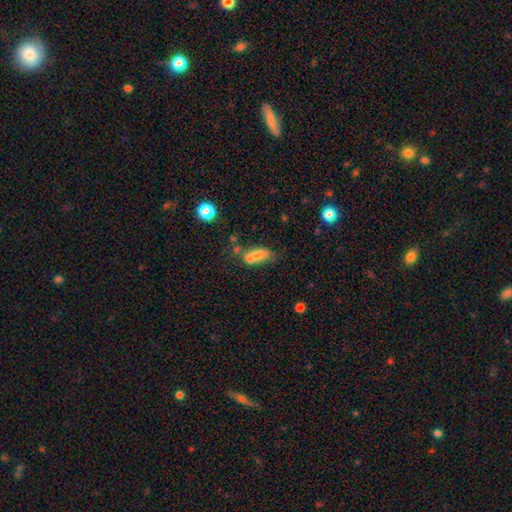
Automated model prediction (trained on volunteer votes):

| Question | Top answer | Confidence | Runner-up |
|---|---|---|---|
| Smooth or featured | smooth | 68% | featured or disk (21%) |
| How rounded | in between | 80% | cigar-shaped (11%) |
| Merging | merger | 45% | none (32%) |